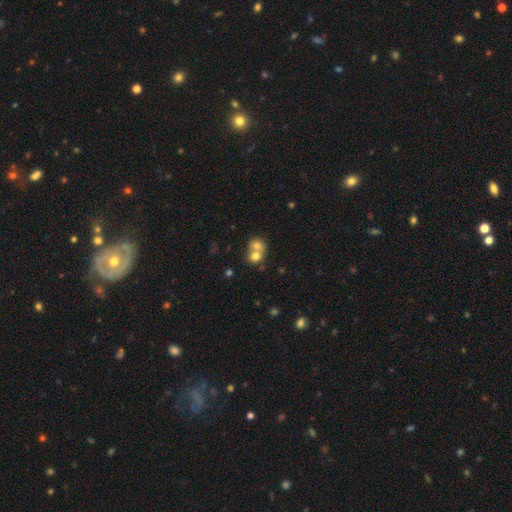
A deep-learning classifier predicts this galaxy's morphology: Overall: smooth (70%). How rounded: round (66%; in between 33%). Merging: merger (69%).